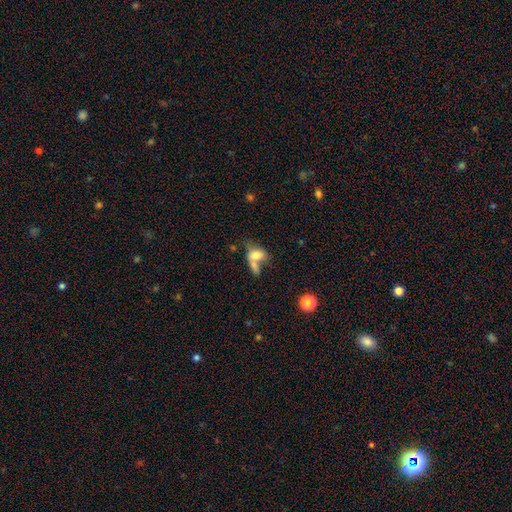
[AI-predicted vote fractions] Smooth or featured? Predicted: smooth (p=0.65). How rounded? Predicted: in between (p=0.77). Merging? Predicted: merger (p=0.52).